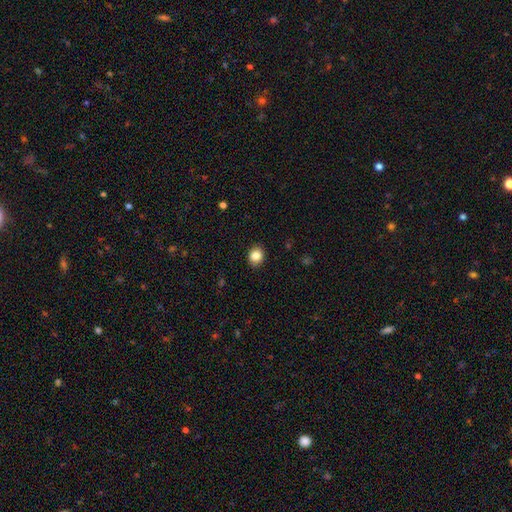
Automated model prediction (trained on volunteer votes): smooth_or_featured: smooth (p=0.86) [alt: star or artifact p=0.09]
how_rounded: round (p=0.59) [alt: in between p=0.41]
merging: none (p=0.88) [alt: minor disturbance p=0.08]